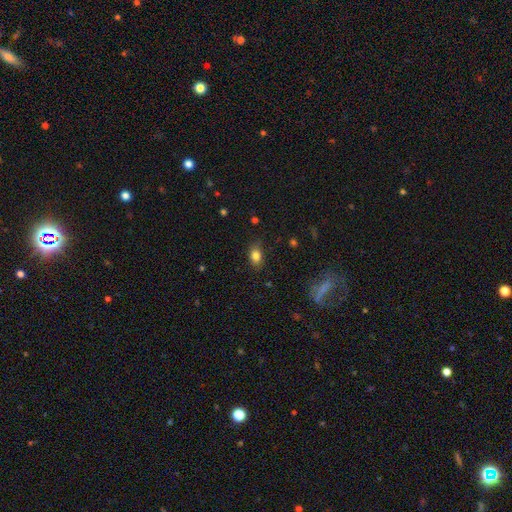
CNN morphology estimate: This is clearly a smooth galaxy (82%). How rounded: likely in between (77%). Merging: likely none (78%).